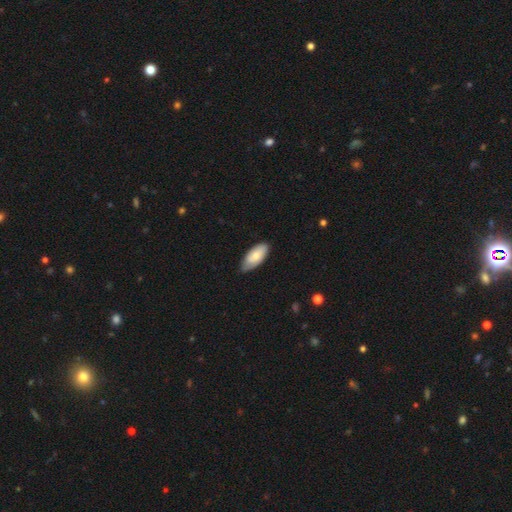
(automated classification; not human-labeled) Overall: smooth (70%). How rounded: in between (91%). Merging: none (71%).